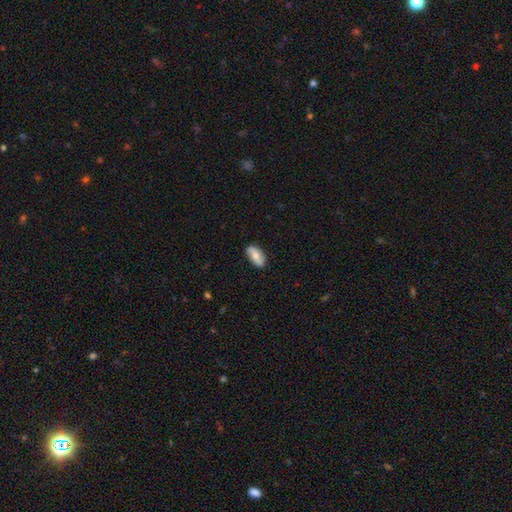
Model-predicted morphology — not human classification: smooth 57%, featured or disk 37%, star or artifact 7%. Down the decision tree: how rounded — in between (90%); merging — none (81%).